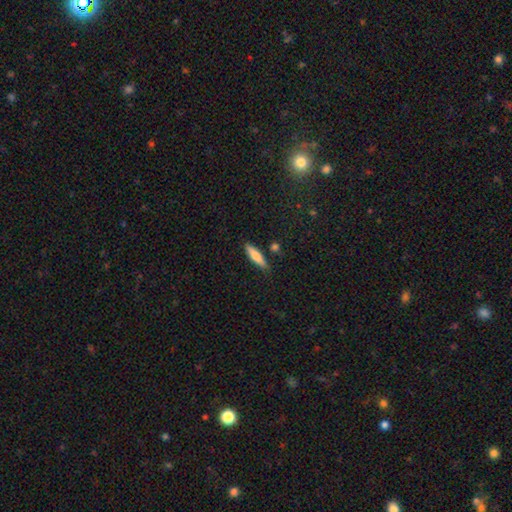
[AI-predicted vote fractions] Q: Smooth or featured?
A: smooth (73%); runner-up: featured or disk (20%)
Q: How rounded?
A: cigar-shaped (74%); runner-up: in between (24%)
Q: Merging?
A: none (83%); runner-up: minor disturbance (11%)